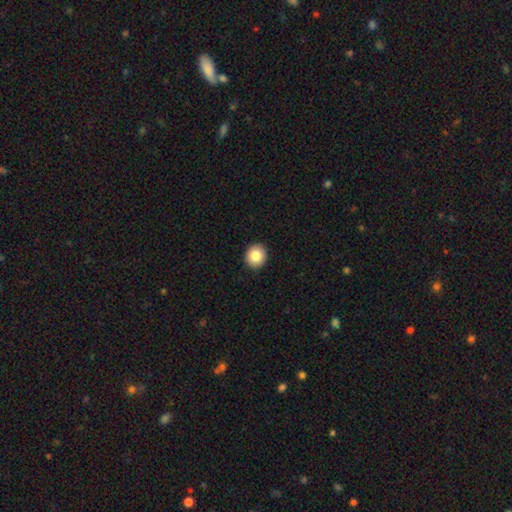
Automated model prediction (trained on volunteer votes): This appears to be a smooth galaxy with no disk features (84%) that is round (83%). Merging: none (92%).